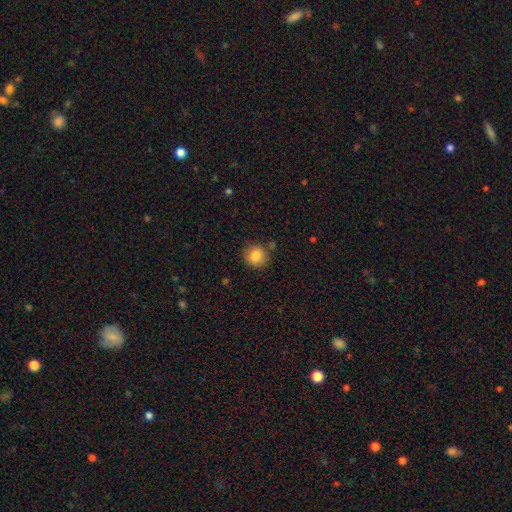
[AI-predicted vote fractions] Smooth or featured: smooth — 85% (star or artifact — 9%)
How rounded: round — 88% (in between — 12%)
Merging: none — 81% (minor disturbance — 12%)